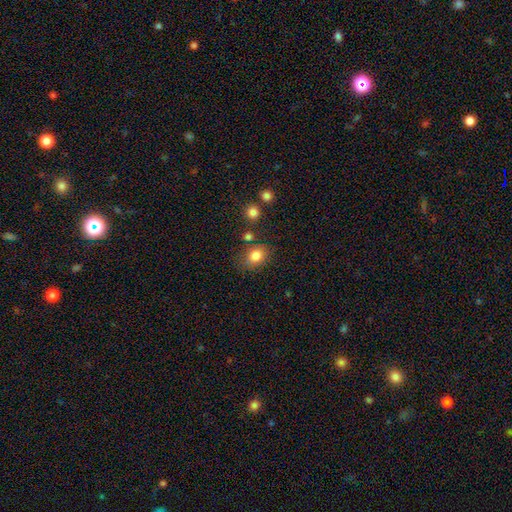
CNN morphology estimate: Smooth or featured? Predicted: smooth (p=0.82). How rounded? Predicted: in between (p=0.52). Merging? Predicted: none (p=0.75).